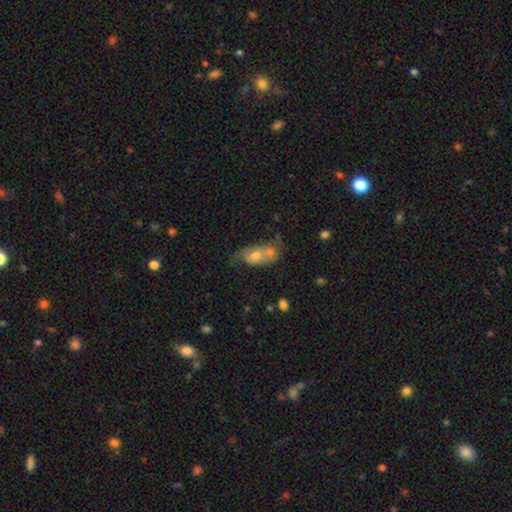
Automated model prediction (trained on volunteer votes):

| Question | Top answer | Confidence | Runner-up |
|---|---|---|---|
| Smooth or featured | smooth | 58% | featured or disk (32%) |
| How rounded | in between | 82% | round (14%) |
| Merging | merger | 50% | none (24%) |